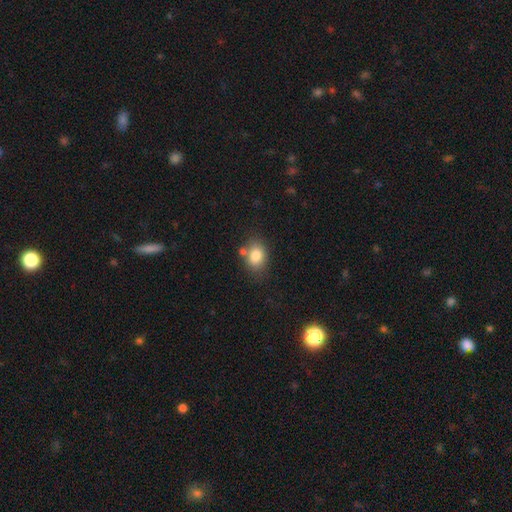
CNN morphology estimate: smooth-or-featured: smooth: 81% | star or artifact: 10% | featured or disk: 9%
  how-rounded: in between: 64% | round: 35% | cigar-shaped: 1%
  merging: none: 69% | minor disturbance: 15% | merger: 12% | major disturbance: 4%